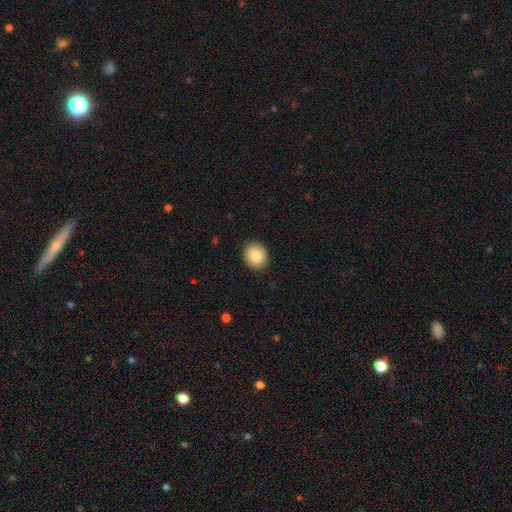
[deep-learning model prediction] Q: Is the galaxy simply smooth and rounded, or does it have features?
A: smooth — 85%.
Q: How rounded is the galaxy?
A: round — 70%.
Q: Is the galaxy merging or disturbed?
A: none — 90%.